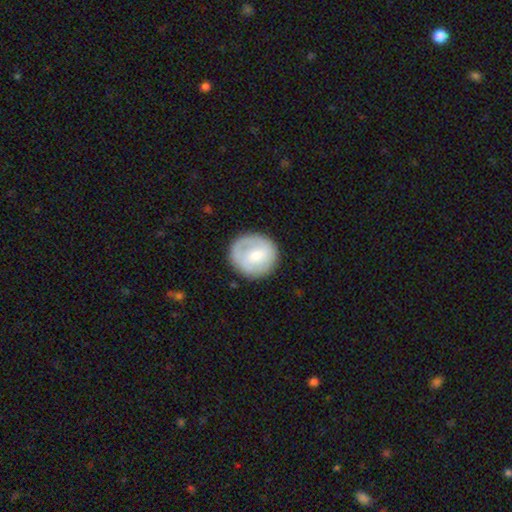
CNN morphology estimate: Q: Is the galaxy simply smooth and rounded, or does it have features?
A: smooth — 55%.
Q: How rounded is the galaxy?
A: round — 88%.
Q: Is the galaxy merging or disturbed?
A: none — 79%.